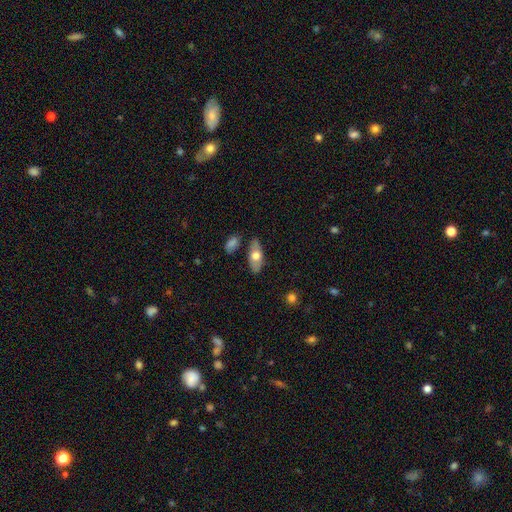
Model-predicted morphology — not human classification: Smooth or featured? Predicted: smooth (p=0.60). How rounded? Predicted: in between (p=0.84). Merging? Predicted: none (p=0.79).